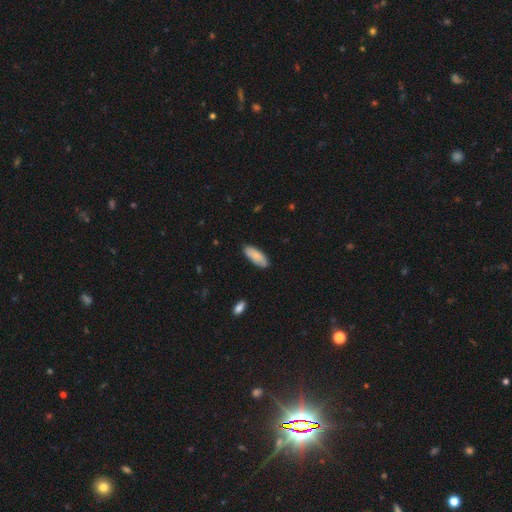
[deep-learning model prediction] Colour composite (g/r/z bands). It shows a smooth galaxy with no disk features (83%) that is in between round and cigar-shaped (72%). Merging: none (85%).